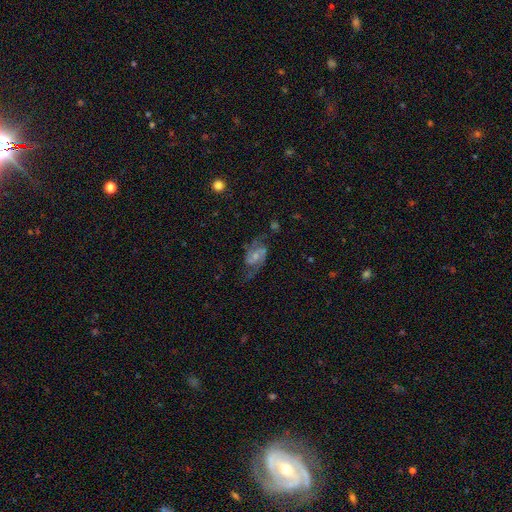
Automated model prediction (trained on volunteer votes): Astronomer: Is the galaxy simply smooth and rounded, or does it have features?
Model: featured or disk — 81%.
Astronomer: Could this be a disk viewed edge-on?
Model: no — 97%.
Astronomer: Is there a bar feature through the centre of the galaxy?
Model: weak — 49% (runner-up: no, 38%).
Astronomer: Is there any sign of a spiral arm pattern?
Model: yes — 95%.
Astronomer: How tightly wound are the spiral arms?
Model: medium — 50% (runner-up: loose, 33%).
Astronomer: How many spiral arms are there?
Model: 2 — 91%.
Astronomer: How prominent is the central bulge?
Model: small — 46% (runner-up: moderate, 40%).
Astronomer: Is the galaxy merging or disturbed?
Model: none — 65%.